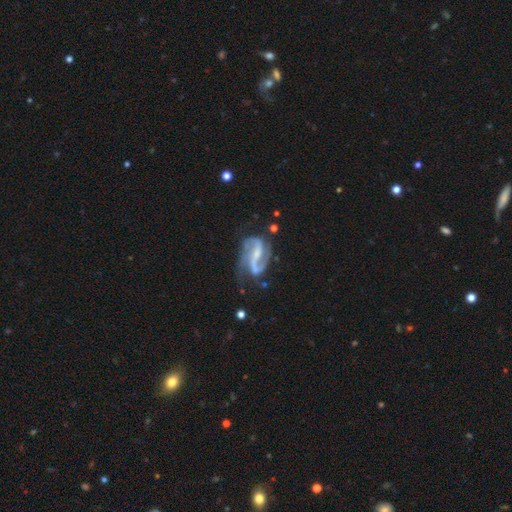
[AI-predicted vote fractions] This appears to be a featured or disk galaxy (88%) with a strong bar (46%), 2 (86%) medium (47%) spiral arms (96%) and a small central bulge (46%). Merging: none (54%).